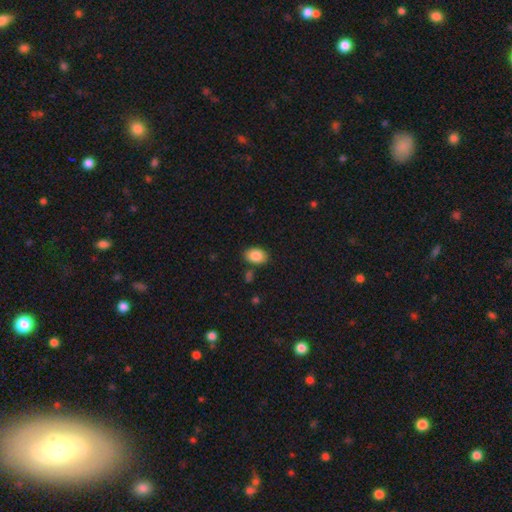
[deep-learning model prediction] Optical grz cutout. It shows a smooth galaxy with no disk features (86%) that is in between round and cigar-shaped (83%). Merging: none (84%).